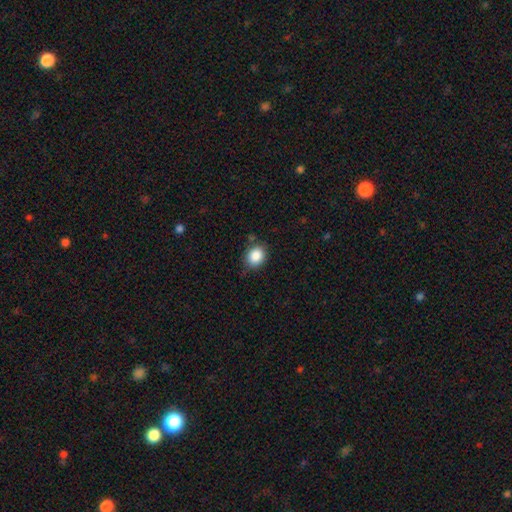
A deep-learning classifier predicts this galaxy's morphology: smooth_or_featured: smooth (p=0.87) [alt: star or artifact p=0.09]
how_rounded: round (p=0.58) [alt: in between p=0.41]
merging: none (p=0.79) [alt: minor disturbance p=0.15]